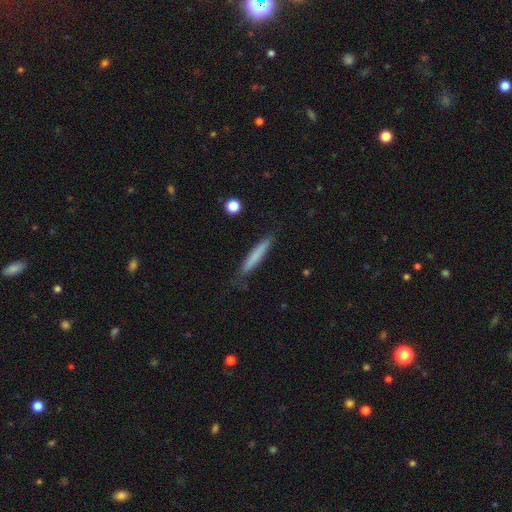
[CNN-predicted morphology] Smooth or featured: smooth — 71% (featured or disk — 22%)
How rounded: cigar-shaped — 95% (in between — 4%)
Merging: none — 83% (minor disturbance — 13%)